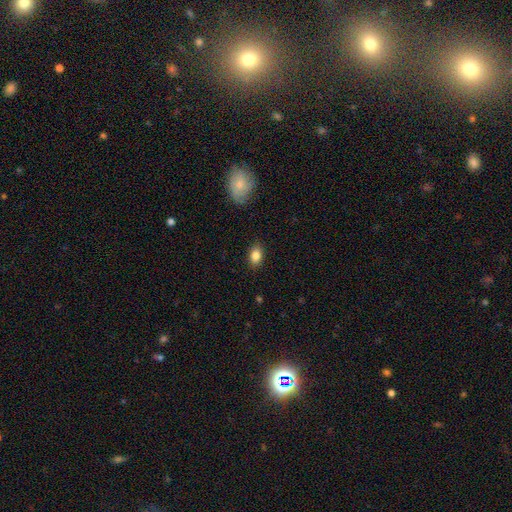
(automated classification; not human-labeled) Smooth or featured?
  - smooth: 85% *
  - star or artifact: 9%
  - featured or disk: 7%
How rounded?
  - in between: 84% *
  - round: 15%
  - cigar-shaped: 2%
Merging?
  - none: 86% *
  - minor disturbance: 11%
  - major disturbance: 2%
  - merger: 1%